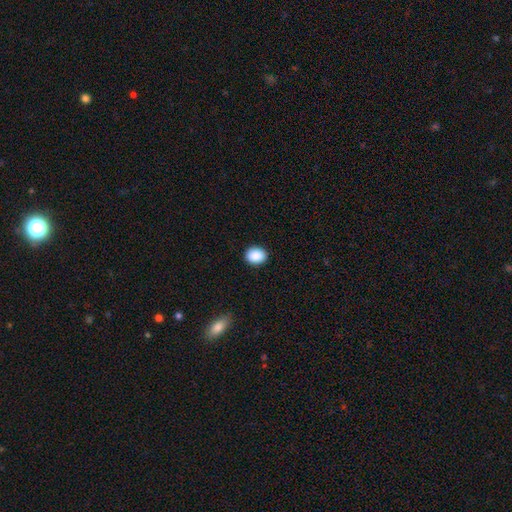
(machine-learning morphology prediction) Smooth or featured? Predicted: smooth (p=0.89). How rounded? Predicted: in between (p=0.53). Merging? Predicted: none (p=0.89).